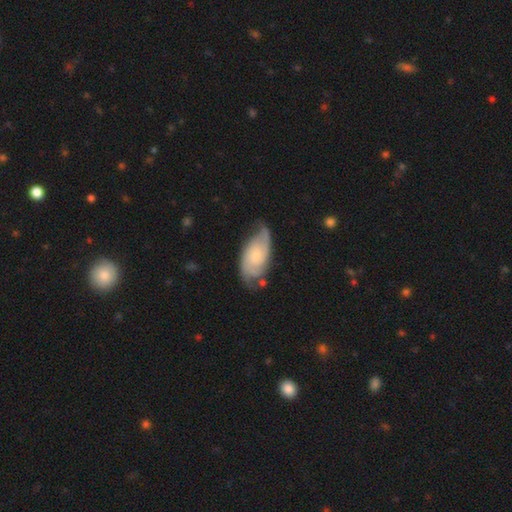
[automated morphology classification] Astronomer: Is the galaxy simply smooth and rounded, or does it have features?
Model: featured or disk — 75%.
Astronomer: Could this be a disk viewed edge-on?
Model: no — 95%.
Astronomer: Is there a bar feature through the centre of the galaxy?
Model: no — 69%.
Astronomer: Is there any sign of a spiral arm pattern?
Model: yes — 94%.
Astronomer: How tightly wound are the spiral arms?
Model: medium — 41% (runner-up: tight, 39%).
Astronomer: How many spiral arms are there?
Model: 2 — 71%.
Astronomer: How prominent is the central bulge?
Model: small — 59%.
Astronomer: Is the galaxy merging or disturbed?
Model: none — 63%.